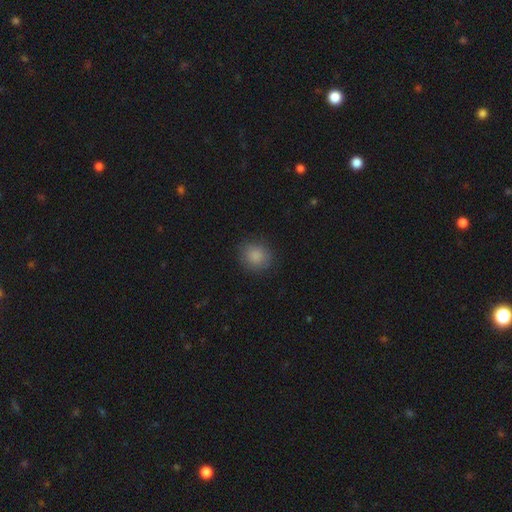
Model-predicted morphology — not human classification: A smooth galaxy with no disk features (86%) that is round (81%).

Vote fractions:
- Smooth or featured? smooth: 86% / star or artifact: 9% / featured or disk: 5%
- How rounded? round: 81% / in between: 18% / cigar-shaped: 1%
- Merging? none: 84% / minor disturbance: 11% / major disturbance: 3% / merger: 1%